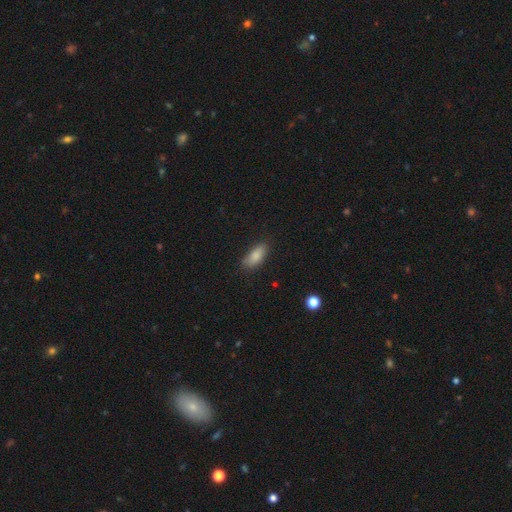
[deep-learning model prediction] Morphology: type=smooth (86%); roundness=in between (82%); merging=none (77%).